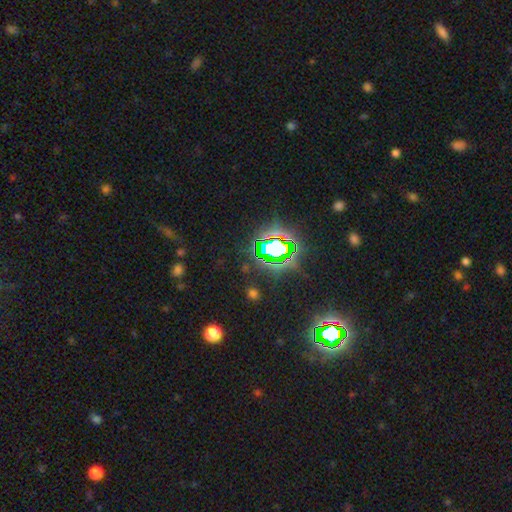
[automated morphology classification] A star or artifact, not a galaxy (80%).

Vote fractions:
- Smooth or featured? star or artifact: 80% / smooth: 12% / featured or disk: 8%